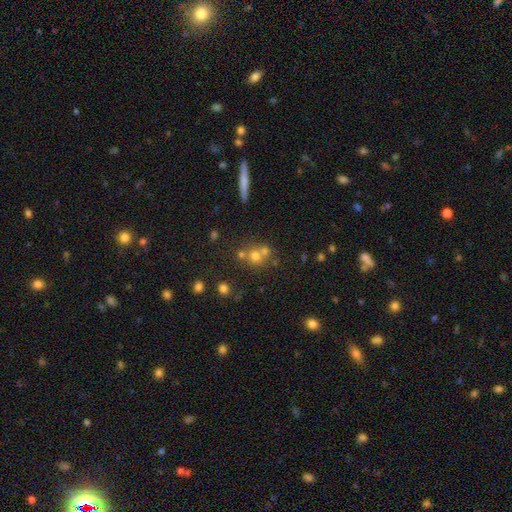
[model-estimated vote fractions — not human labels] Smooth or featured? Predicted: smooth (p=0.60). How rounded? Predicted: round (p=0.83). Merging? Predicted: none (p=0.47).